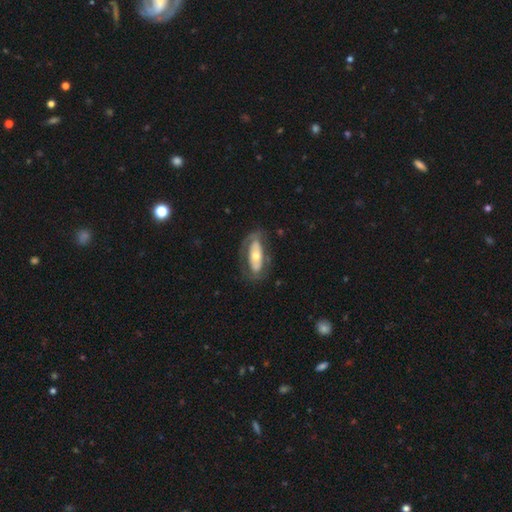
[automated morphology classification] Smooth or featured: featured or disk — 58% (smooth — 37%)
Edge-on disk: no — 84% (yes — 16%)
Merging: none — 66% (minor disturbance — 19%)